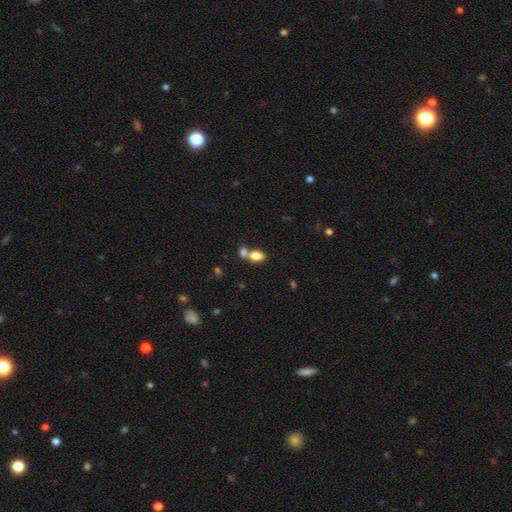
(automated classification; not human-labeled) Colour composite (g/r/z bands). It shows a smooth galaxy with no disk features (82%) that is in between round and cigar-shaped (84%). Merging: merger (47%).